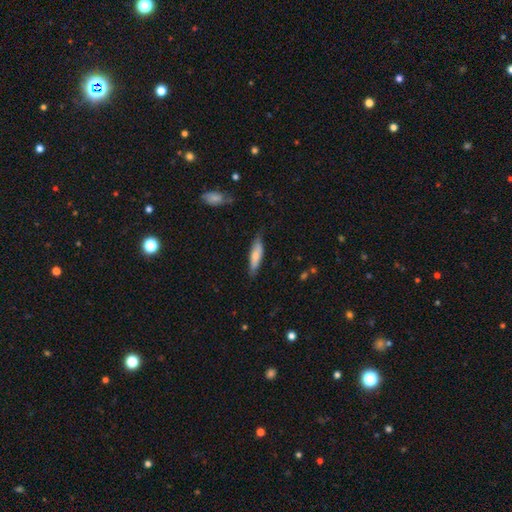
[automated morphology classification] type=smooth (67%); roundness=cigar-shaped (64%); merging=none (75%).